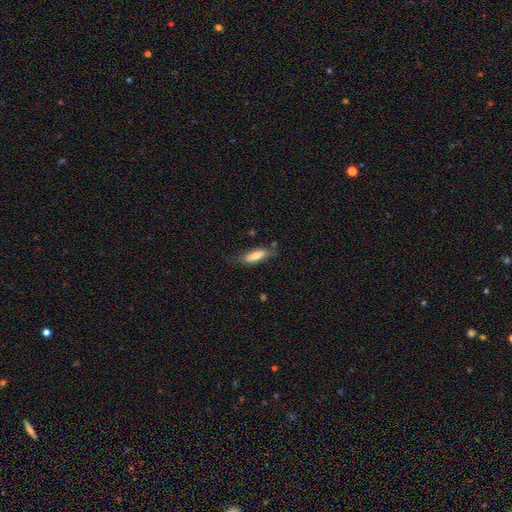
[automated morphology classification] Smooth or featured: smooth — 70% (featured or disk — 23%)
How rounded: in between — 49% (tied with cigar-shaped — 49%)
Merging: none — 69% (minor disturbance — 22%)